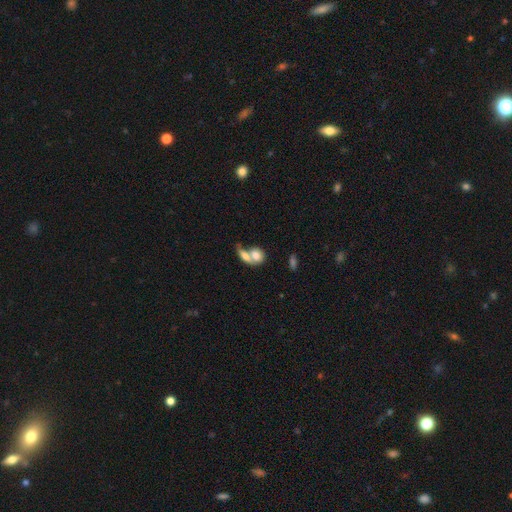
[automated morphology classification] A smooth galaxy with no disk features (72%) that is in between round and cigar-shaped (60%). Merging: merger (65%).